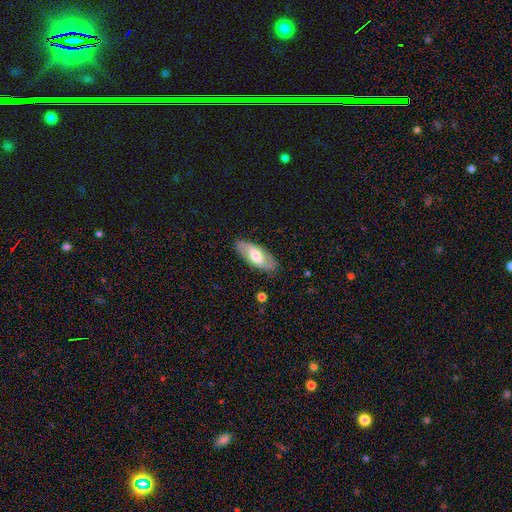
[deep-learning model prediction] Smooth or featured? Predicted: featured or disk (p=0.52). Edge-on disk? Predicted: no (p=0.84). Merging? Predicted: none (p=0.85).